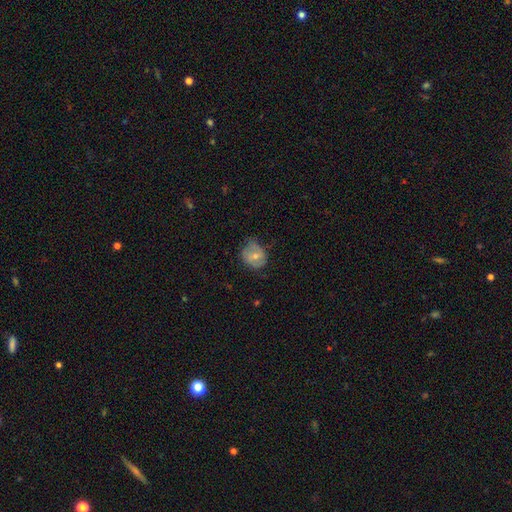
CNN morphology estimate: This is possibly a featured or disk galaxy (48%). Merging: likely none (64%).